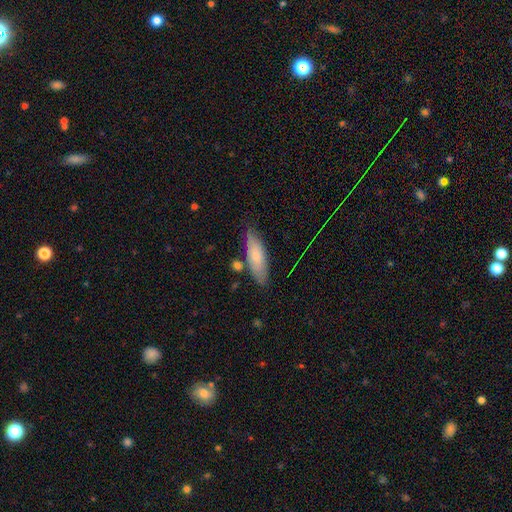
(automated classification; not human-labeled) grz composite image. It shows a smooth galaxy with no disk features (72%) that is in between round and cigar-shaped (57%). Merging: none (74%).